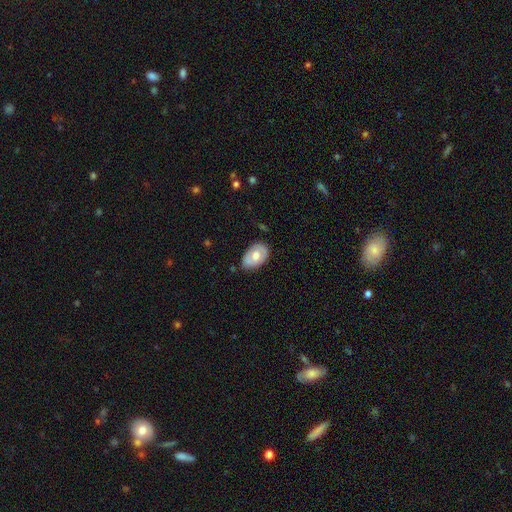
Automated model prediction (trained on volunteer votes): Smooth or featured: smooth — 58% (featured or disk — 36%)
How rounded: in between — 88% (round — 11%)
Merging: none — 70% (minor disturbance — 23%)